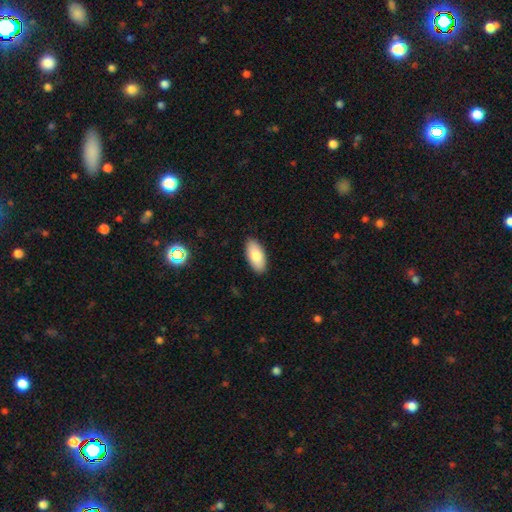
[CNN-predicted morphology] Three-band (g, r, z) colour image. It shows a smooth galaxy with no disk features (82%) that is in between round and cigar-shaped (93%). Merging: none (90%).